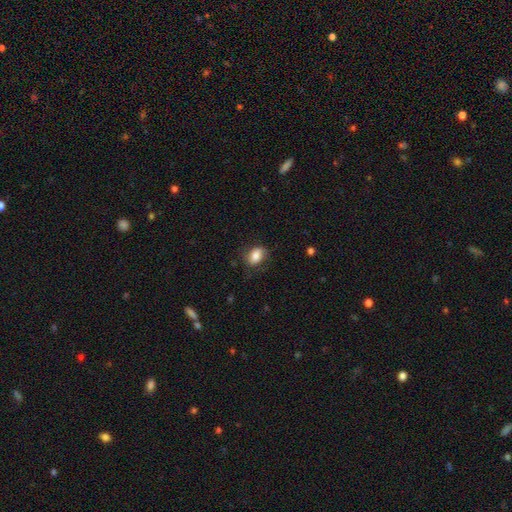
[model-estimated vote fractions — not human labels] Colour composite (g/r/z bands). It shows a smooth galaxy with no disk features (80%) that is in between round and cigar-shaped (79%). Merging: none (74%).